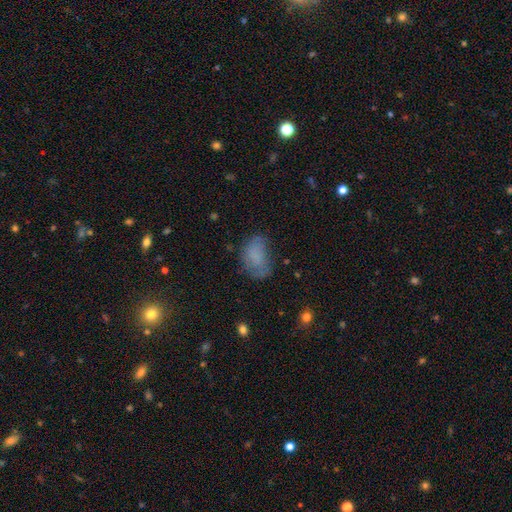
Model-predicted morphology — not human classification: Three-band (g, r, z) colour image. It shows a smooth galaxy with no disk features (67%) that is in between round and cigar-shaped (83%). Merging: none (47%).